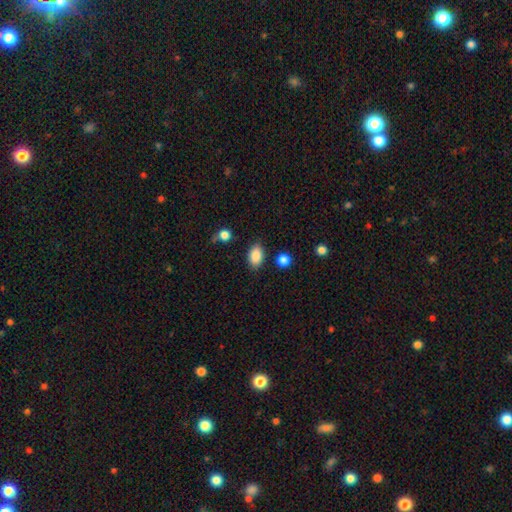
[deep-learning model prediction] Morphology: type=smooth (88%); roundness=in between (86%); merging=none (82%).